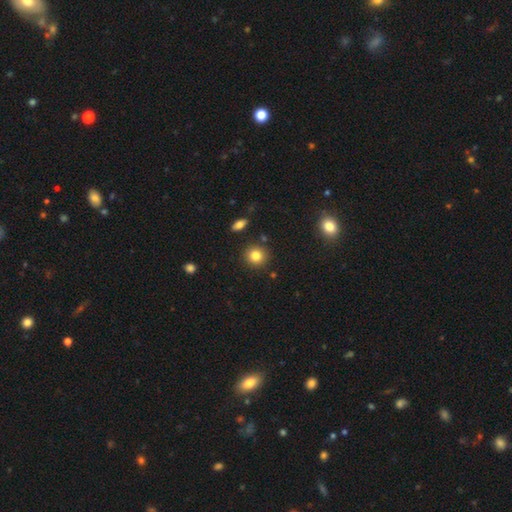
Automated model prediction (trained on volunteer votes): This appears to be a smooth galaxy with no disk features (83%) that is round (90%). Merging: none (87%).